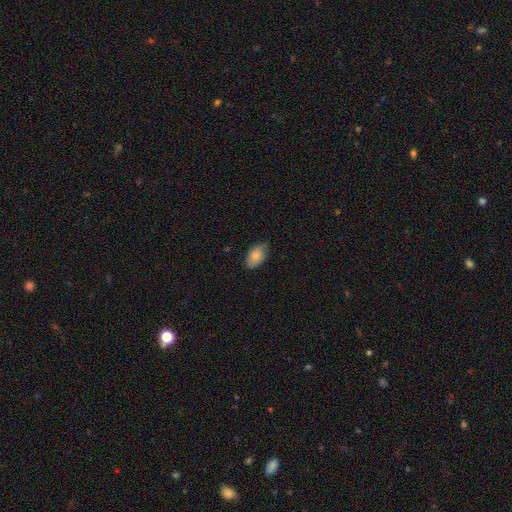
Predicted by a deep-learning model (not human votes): A smooth galaxy with no disk features (82%) that is in between round and cigar-shaped (92%). Merging: none (69%).